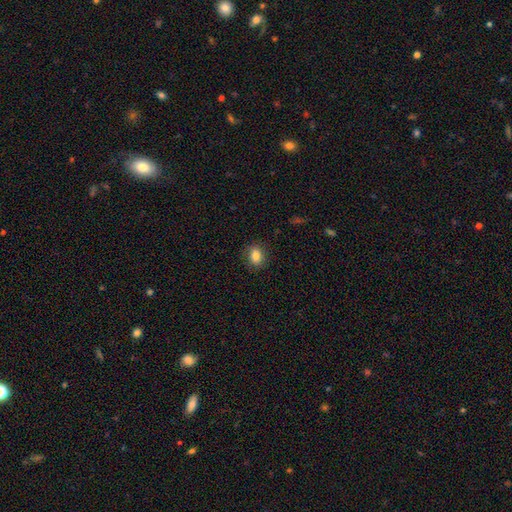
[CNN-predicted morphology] Q: Smooth or featured?
A: smooth (84%); runner-up: star or artifact (10%)
Q: How rounded?
A: in between (60%); runner-up: round (38%)
Q: Merging?
A: none (86%); runner-up: minor disturbance (10%)